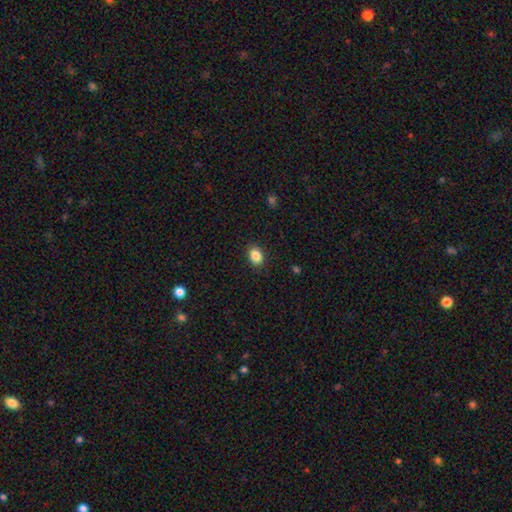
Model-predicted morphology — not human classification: smooth 87%, star or artifact 9%, featured or disk 4%. Down the decision tree: how rounded — in between (75%); merging — none (89%).